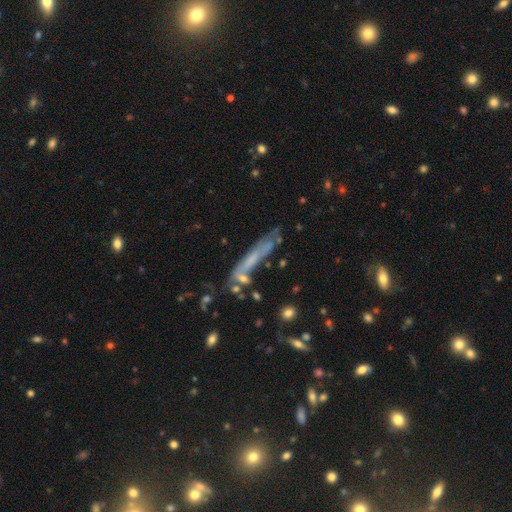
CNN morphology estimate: This is possibly a smooth galaxy (46%). Merging: possibly none (49%).